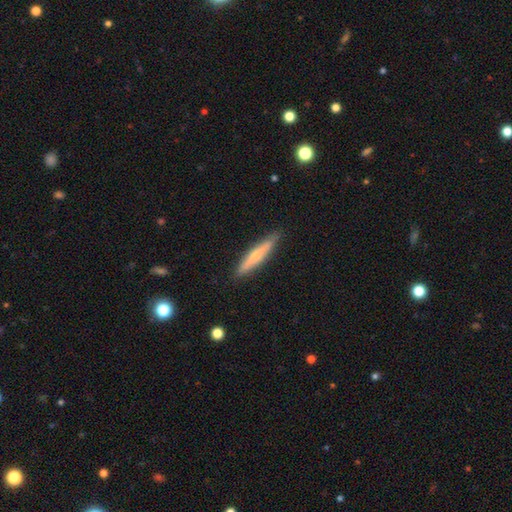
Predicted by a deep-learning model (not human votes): Overall: smooth (50%; featured or disk 44%). How rounded: cigar-shaped (92%). Merging: none (87%).